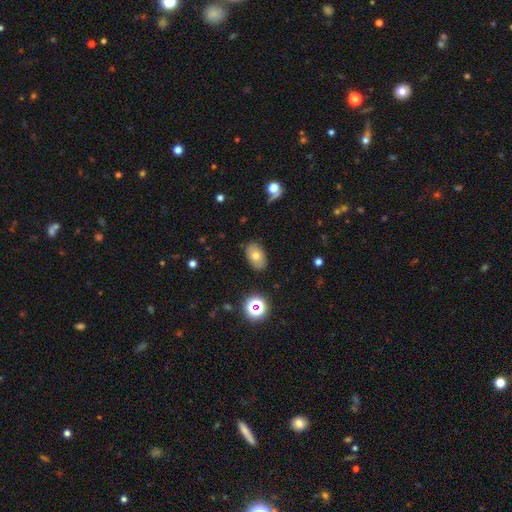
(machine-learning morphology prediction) A smooth galaxy with no disk features (70%) that is in between round and cigar-shaped (88%).

Vote fractions:
- Smooth or featured? smooth: 70% / featured or disk: 18% / star or artifact: 12%
- How rounded? in between: 88% / round: 11% / cigar-shaped: 1%
- Merging? none: 84% / minor disturbance: 12% / major disturbance: 3% / merger: 1%